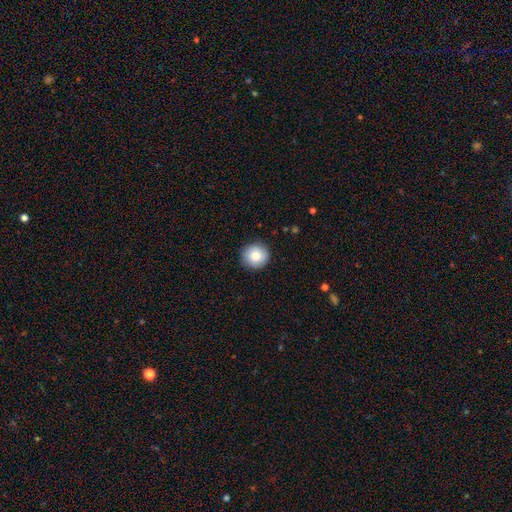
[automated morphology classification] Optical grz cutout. It shows a smooth galaxy with no disk features (82%) that is round (94%). Merging: none (90%).